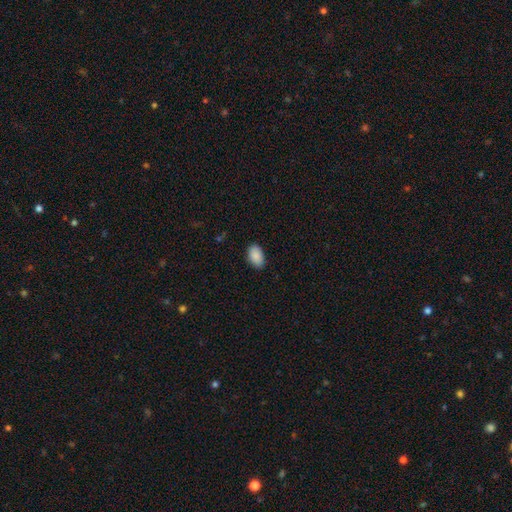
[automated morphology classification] A smooth galaxy with no disk features (90%) that is in between round and cigar-shaped (92%).

Vote fractions:
- Smooth or featured? smooth: 90% / star or artifact: 7% / featured or disk: 3%
- How rounded? in between: 92% / round: 7% / cigar-shaped: 1%
- Merging? none: 86% / minor disturbance: 11% / major disturbance: 2% / merger: 1%